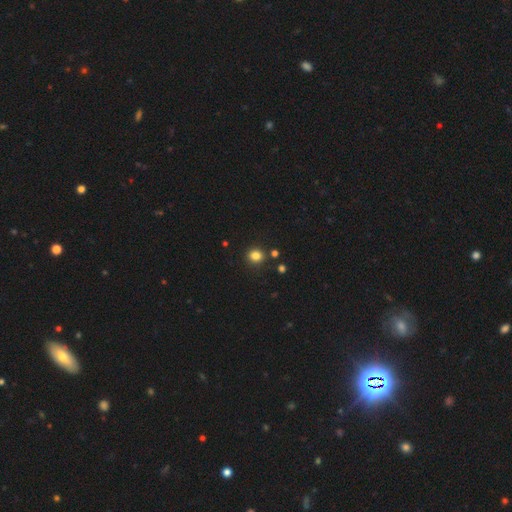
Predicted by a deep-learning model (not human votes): A smooth galaxy with no disk features (83%) that is round (74%). Merging: none (85%).